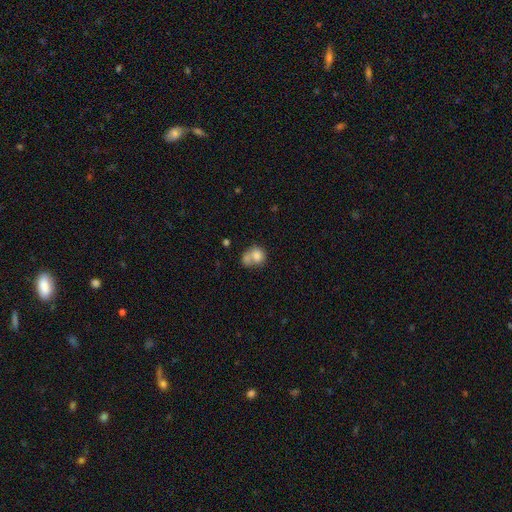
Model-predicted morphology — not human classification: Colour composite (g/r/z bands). It shows a smooth galaxy with no disk features (75%) that is round (59%). Merging: merger (56%).